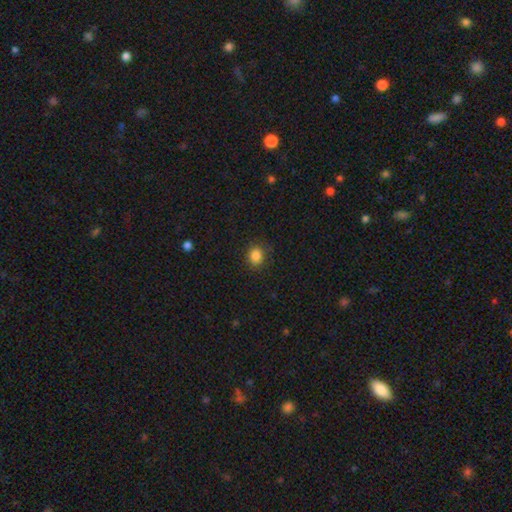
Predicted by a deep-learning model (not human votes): smooth_or_featured: smooth (p=0.86) [alt: star or artifact p=0.10]
how_rounded: round (p=0.65) [alt: in between p=0.34]
merging: none (p=0.87) [alt: minor disturbance p=0.10]